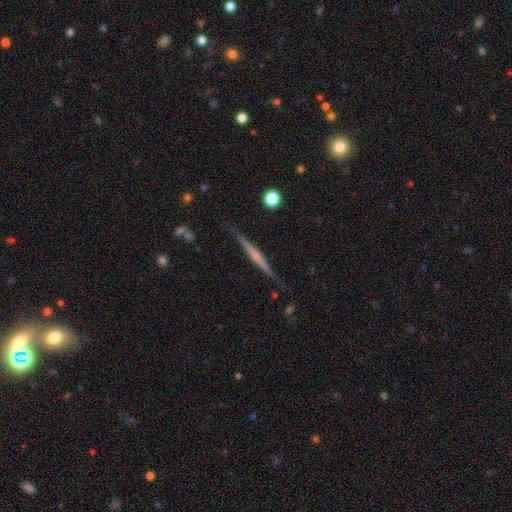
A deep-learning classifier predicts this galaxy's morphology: A featured or disk galaxy (74%) viewed edge-on (98%) with no central bulge (44%).

Vote fractions:
- Smooth or featured? featured or disk: 74% / smooth: 20% / star or artifact: 7%
- Edge-on disk? yes: 98% / no: 2%
- Edge-on bulge? none: 44% / rounded: 41% / boxy: 15%
- Merging? none: 86% / minor disturbance: 10% / major disturbance: 2% / merger: 2%